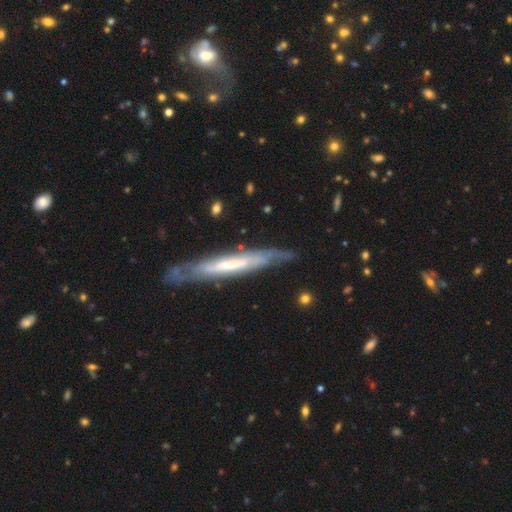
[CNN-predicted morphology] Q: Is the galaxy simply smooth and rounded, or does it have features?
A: featured or disk — 66%.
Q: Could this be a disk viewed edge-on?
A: yes — 83%.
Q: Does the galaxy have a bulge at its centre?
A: none — 62%.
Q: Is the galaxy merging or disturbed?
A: none — 79%.